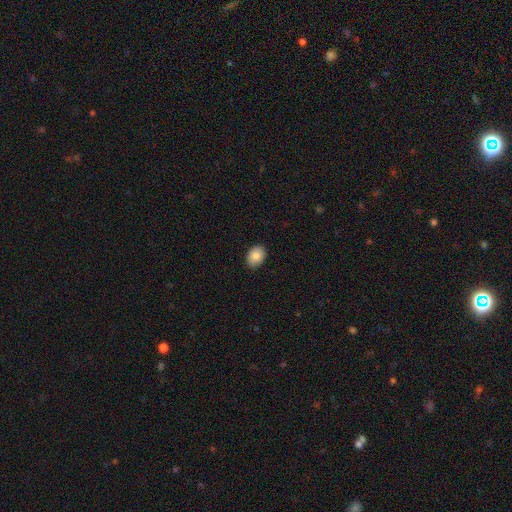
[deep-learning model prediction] Morphology: type=smooth (86%); roundness=in between (74%); merging=none (89%).